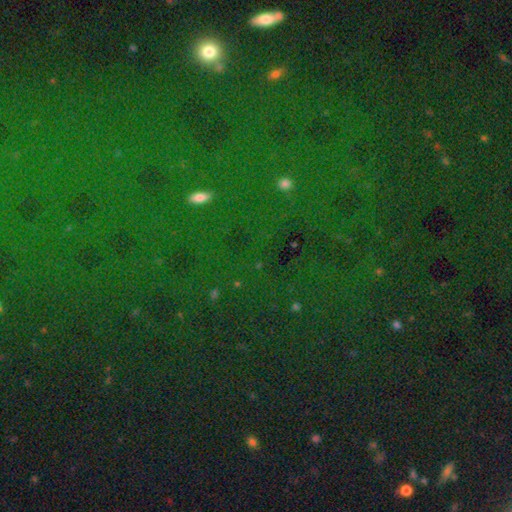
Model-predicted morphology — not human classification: Smooth or featured?
  - star or artifact: 79% *
  - smooth: 13%
  - featured or disk: 8%